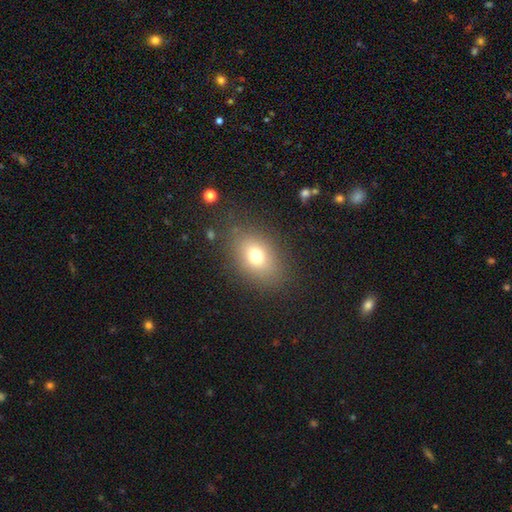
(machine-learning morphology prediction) Smooth or featured: smooth — 73% (featured or disk — 14%)
How rounded: in between — 73% (round — 26%)
Merging: none — 81% (minor disturbance — 12%)